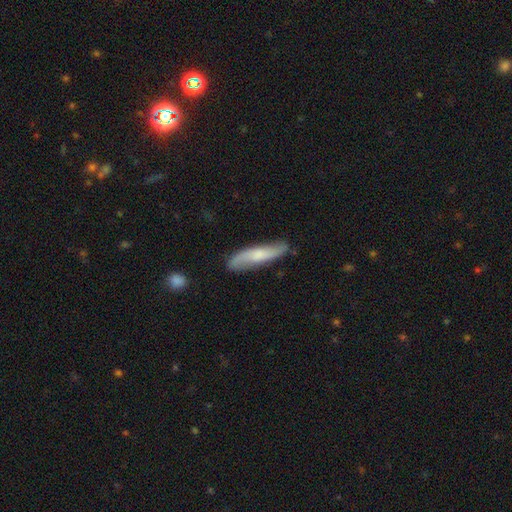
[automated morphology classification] Smooth or featured? featured or disk (51%)
Edge-on disk? no (66%)
Merging? none (78%)